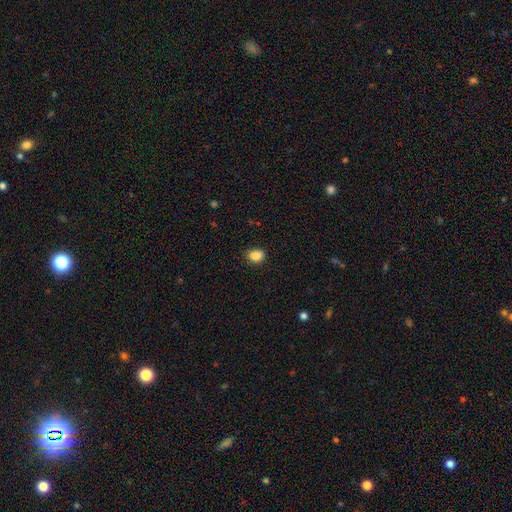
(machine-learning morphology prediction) smooth_or_featured: smooth (p=0.87) [alt: star or artifact p=0.10]
how_rounded: in between (p=0.61) [alt: round p=0.38]
merging: none (p=0.82) [alt: minor disturbance p=0.14]